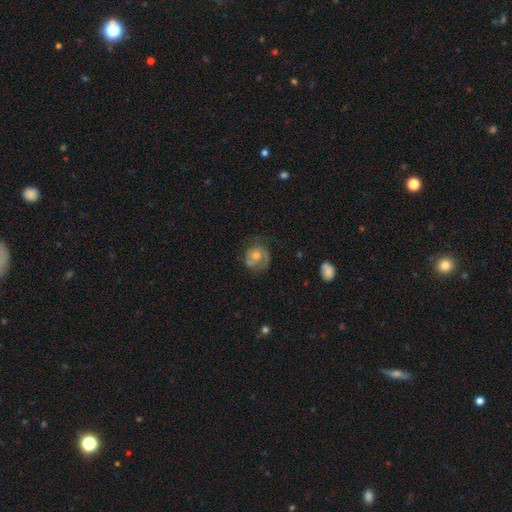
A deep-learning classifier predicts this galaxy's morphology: A featured or disk galaxy (65%) with no bar (76%), 2 (42%) tight (48%) spiral arms (81%) and a moderate central bulge (60%). Merging: none (60%).